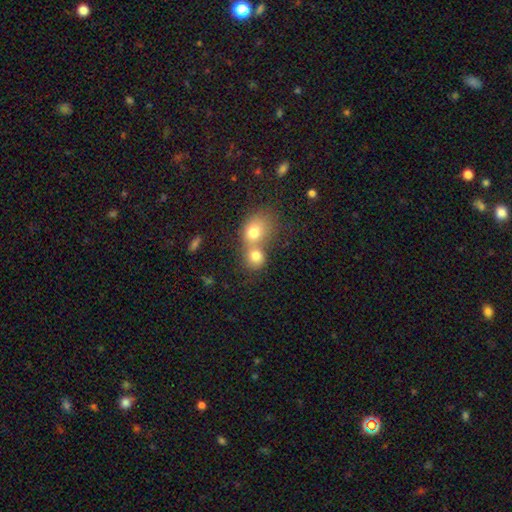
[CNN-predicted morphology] smooth_or_featured: smooth (p=0.77) [alt: featured or disk p=0.12]
how_rounded: round (p=0.70) [alt: in between p=0.29]
merging: merger (p=0.65) [alt: none p=0.27]